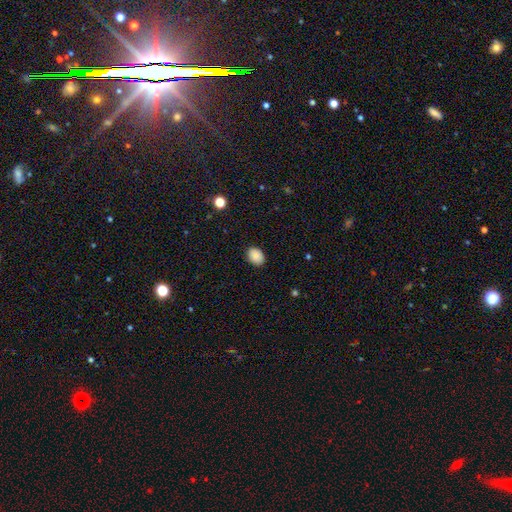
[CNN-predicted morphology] smooth 88%, star or artifact 8%, featured or disk 4%. Down the decision tree: how rounded — in between (71%); merging — none (88%).